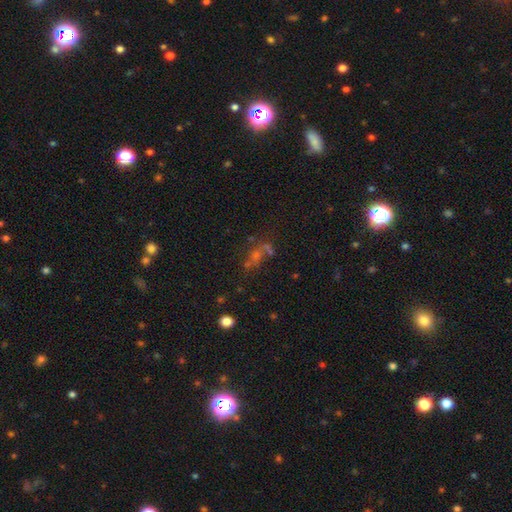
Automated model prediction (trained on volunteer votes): Smooth or featured?
  - star or artifact: 38% *
  - smooth: 35%
  - featured or disk: 28%